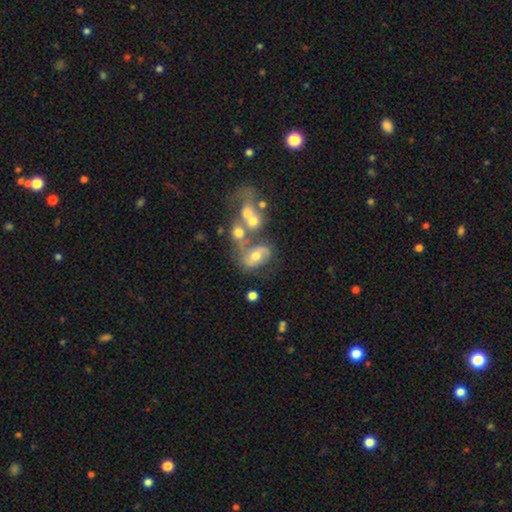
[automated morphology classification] Smooth or featured?
  - featured or disk: 52% *
  - smooth: 28%
  - star or artifact: 20%
Edge-on disk?
  - no: 88% *
  - yes: 12%
Merging?
  - merger: 56% *
  - none: 25%
  - major disturbance: 10%
  - minor disturbance: 9%